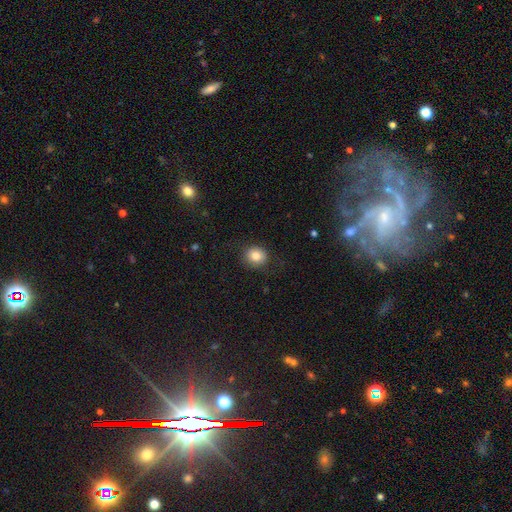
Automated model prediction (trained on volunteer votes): smooth-or-featured: smooth: 83% | star or artifact: 10% | featured or disk: 7%
  how-rounded: round: 74% | in between: 25% | cigar-shaped: 1%
  merging: none: 85% | minor disturbance: 10% | major disturbance: 3% | merger: 1%